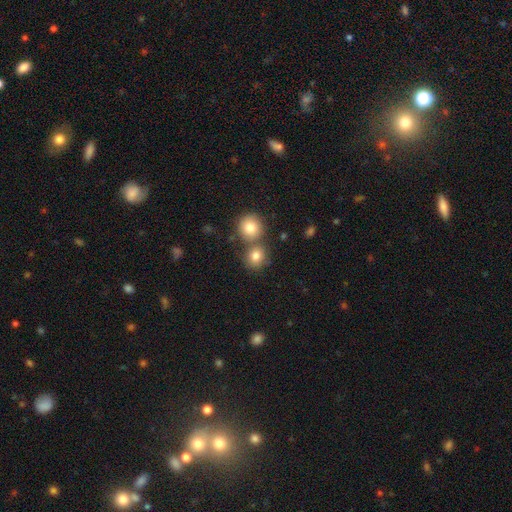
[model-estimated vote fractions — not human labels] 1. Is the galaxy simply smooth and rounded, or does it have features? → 81% smooth, 11% star or artifact, 8% featured or disk.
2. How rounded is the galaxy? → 84% round, 15% in between, 1% cigar-shaped.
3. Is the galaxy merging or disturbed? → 56% none, 34% merger, 8% minor disturbance, 3% major disturbance.